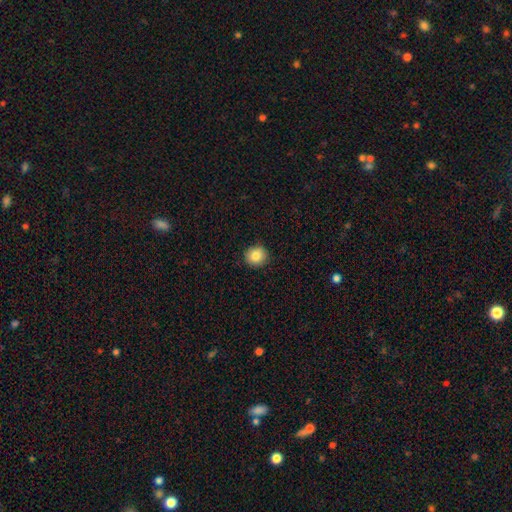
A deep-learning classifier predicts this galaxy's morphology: smooth-or-featured: smooth: 84% | star or artifact: 9% | featured or disk: 7%
  how-rounded: round: 85% | in between: 14% | cigar-shaped: 1%
  merging: none: 91% | minor disturbance: 7% | major disturbance: 2% | merger: 1%